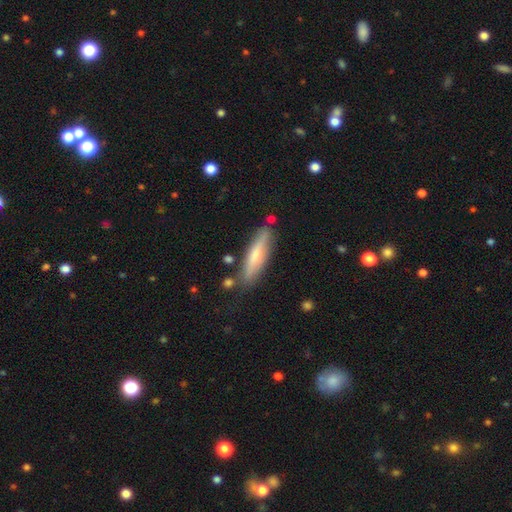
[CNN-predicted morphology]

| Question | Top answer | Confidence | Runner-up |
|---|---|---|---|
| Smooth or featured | smooth | 55% | featured or disk (39%) |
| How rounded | cigar-shaped | 78% | in between (20%) |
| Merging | none | 77% | minor disturbance (15%) |